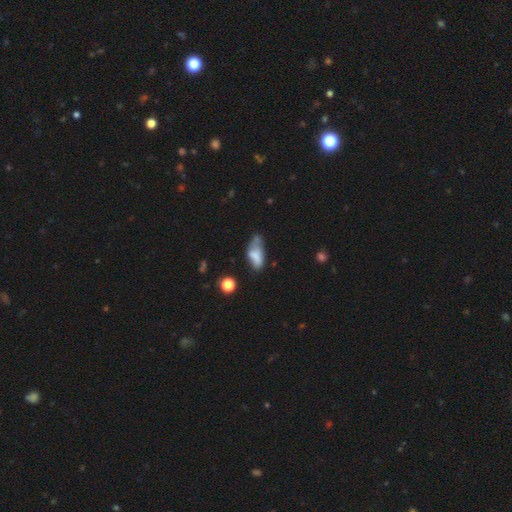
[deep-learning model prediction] Q: Smooth or featured?
A: smooth (66%); runner-up: featured or disk (23%)
Q: How rounded?
A: in between (83%); runner-up: cigar-shaped (13%)
Q: Merging?
A: minor disturbance (33%); runner-up: none (31%)